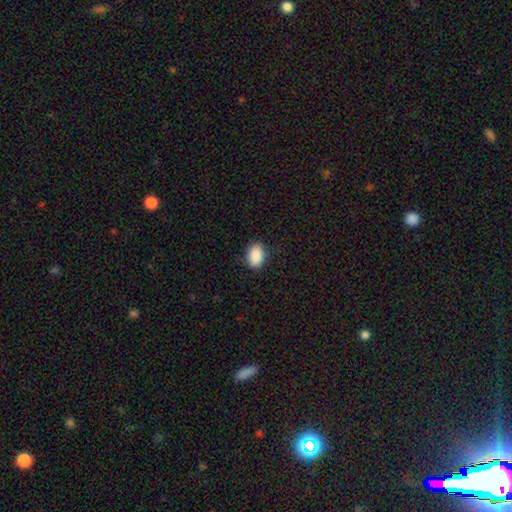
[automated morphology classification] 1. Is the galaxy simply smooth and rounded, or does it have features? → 90% smooth, 7% star or artifact, 3% featured or disk.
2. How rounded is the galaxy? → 82% in between, 17% round, 1% cigar-shaped.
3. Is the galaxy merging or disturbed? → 86% none, 11% minor disturbance, 3% major disturbance, 1% merger.